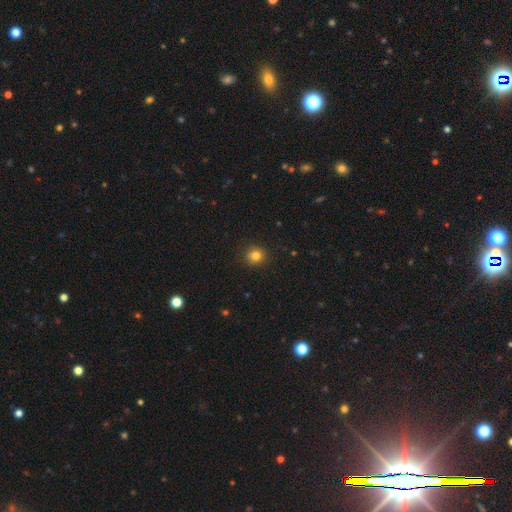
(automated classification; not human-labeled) This is clearly a smooth galaxy (81%). How rounded: clearly round (88%). Merging: clearly none (90%).